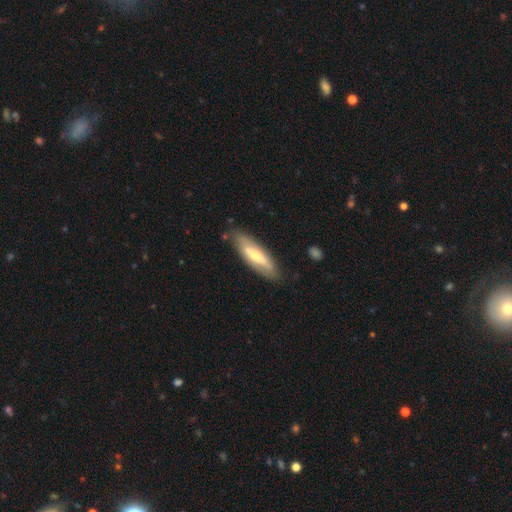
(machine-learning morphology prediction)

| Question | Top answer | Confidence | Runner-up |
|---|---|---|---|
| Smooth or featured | smooth | 49% | featured or disk (46%) |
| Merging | none | 79% | minor disturbance (15%) |